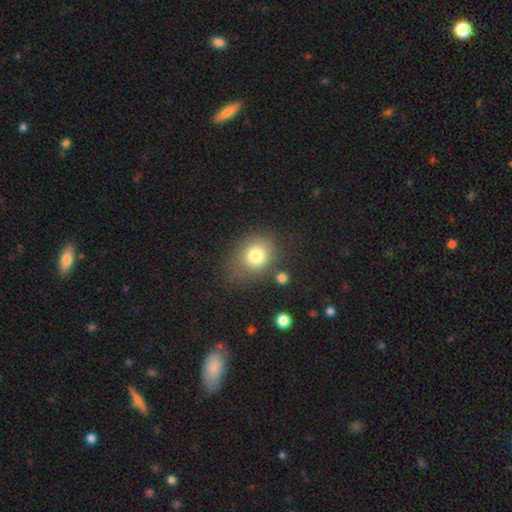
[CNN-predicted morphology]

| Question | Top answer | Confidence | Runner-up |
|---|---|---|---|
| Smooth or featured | smooth | 78% | star or artifact (11%) |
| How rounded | round | 60% | in between (39%) |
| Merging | none | 68% | minor disturbance (18%) |